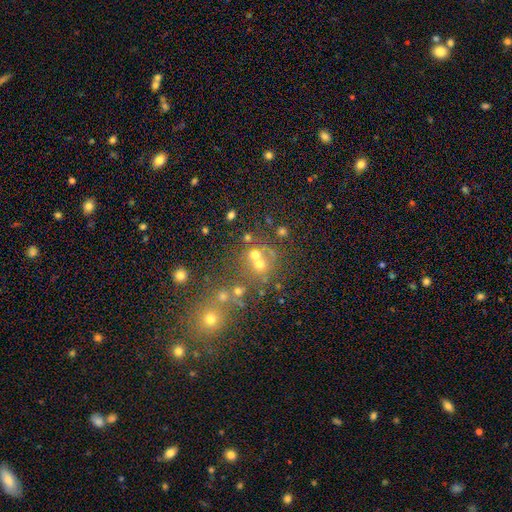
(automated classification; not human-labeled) smooth 55%, star or artifact 27%, featured or disk 19%. Down the decision tree: how rounded — round (81%); merging — none (52%).